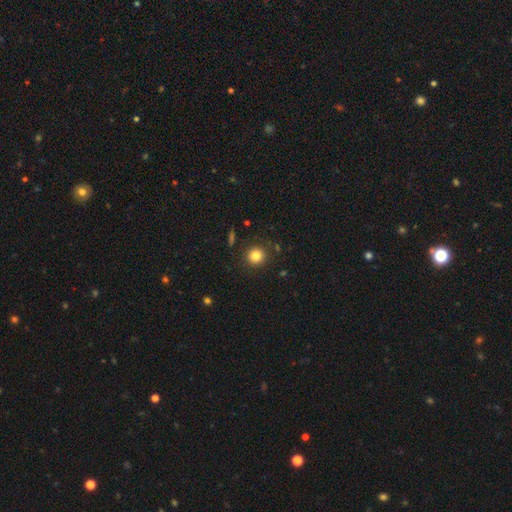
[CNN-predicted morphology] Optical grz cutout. It shows a smooth galaxy with no disk features (83%) that is round (91%). Merging: none (88%).